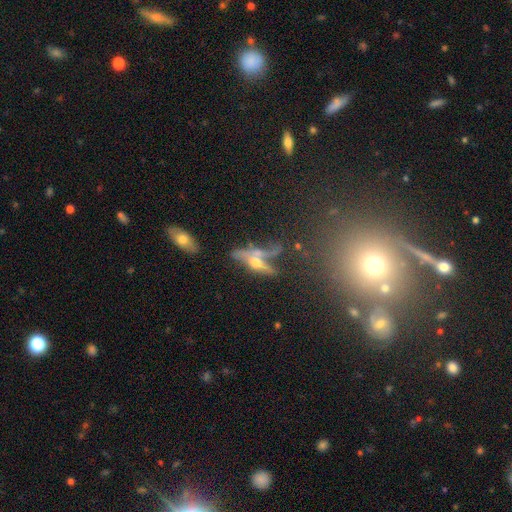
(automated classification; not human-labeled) Smooth or featured: featured or disk — 58% (smooth — 21%)
Edge-on disk: yes — 70% (no — 30%)
Merging: none — 54% (merger — 17%)